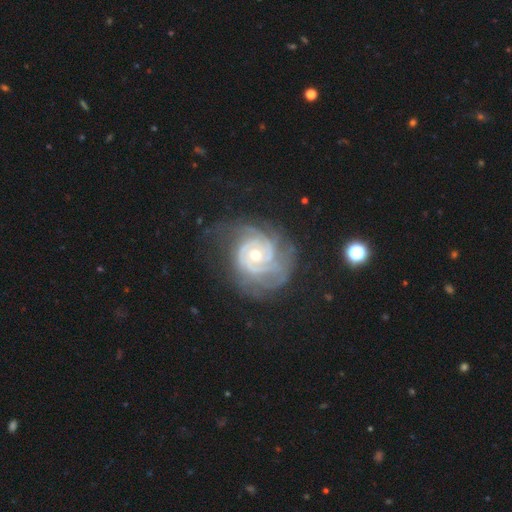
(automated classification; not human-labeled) A featured or disk galaxy (90%) with no bar (75%), 3 (27%) tight (74%) spiral arms (98%) and a moderate central bulge (51%).

Vote fractions:
- Smooth or featured? featured or disk: 90% / star or artifact: 5% / smooth: 5%
- Edge-on disk? no: 98% / yes: 2%
- Bar? no: 75% / weak: 19% / strong: 5%
- Spiral arms? yes: 98% / no: 2%
- Spiral winding? tight: 74% / medium: 22% / loose: 4%
- Spiral arm count? 3: 27% / 2: 24% / can't tell: 22% / 4: 13% / more than 4: 7% / 1: 7%
- Bulge size? moderate: 51% / small: 44% / large: 3% / none: 1% / dominant: 1%
- Merging? none: 63% / minor disturbance: 21% / major disturbance: 14% / merger: 2%